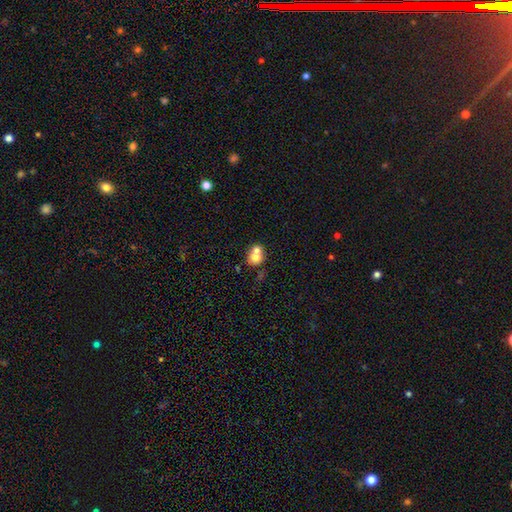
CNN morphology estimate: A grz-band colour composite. It shows a smooth galaxy with no disk features (69%) that is round (72%). Merging: merger (63%).